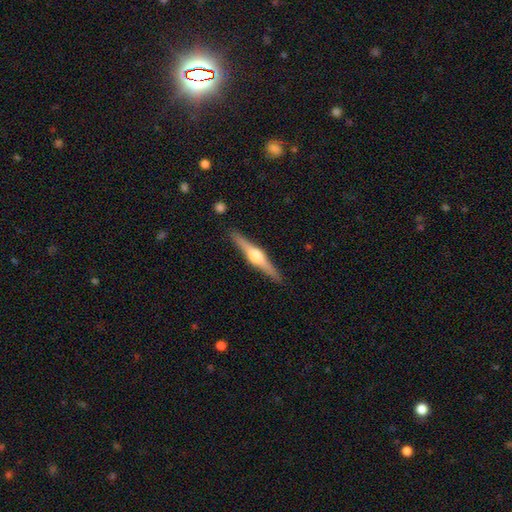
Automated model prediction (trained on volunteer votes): Q: Smooth or featured?
A: featured or disk (80%); runner-up: smooth (15%)
Q: Edge-on disk?
A: yes (98%); runner-up: no (2%)
Q: Edge-on bulge?
A: rounded (94%); runner-up: boxy (5%)
Q: Merging?
A: none (91%); runner-up: minor disturbance (6%)